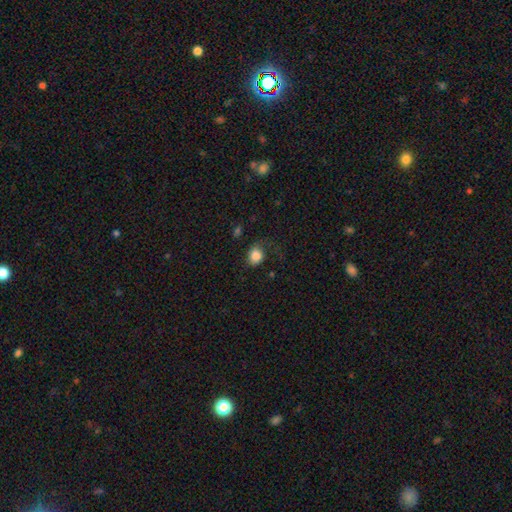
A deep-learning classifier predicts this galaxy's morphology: Smooth or featured? Predicted: smooth (p=0.84). How rounded? Predicted: round (p=0.59). Merging? Predicted: none (p=0.60).